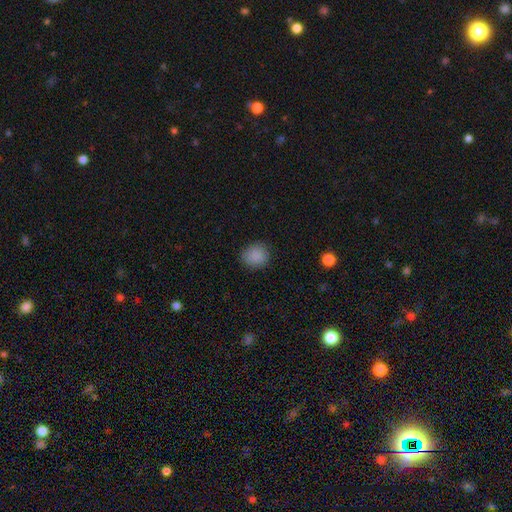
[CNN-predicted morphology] Smooth or featured?
  - smooth: 87% *
  - star or artifact: 9%
  - featured or disk: 3%
How rounded?
  - round: 80% *
  - in between: 19%
  - cigar-shaped: 1%
Merging?
  - none: 85% *
  - minor disturbance: 11%
  - major disturbance: 3%
  - merger: 1%